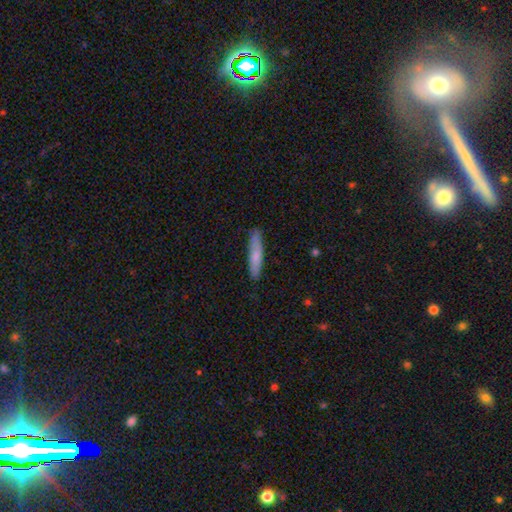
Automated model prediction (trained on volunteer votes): This appears to be a smooth galaxy with no disk features (71%) that is cigar-shaped (88%). Merging: none (87%).